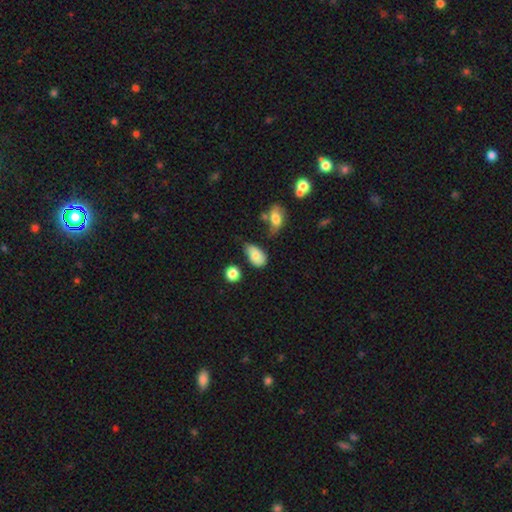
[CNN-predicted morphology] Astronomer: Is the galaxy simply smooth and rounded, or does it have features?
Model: smooth — 78%.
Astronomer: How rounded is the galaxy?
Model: in between — 86%.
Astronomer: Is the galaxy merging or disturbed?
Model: none — 44% (runner-up: minor disturbance, 38%).